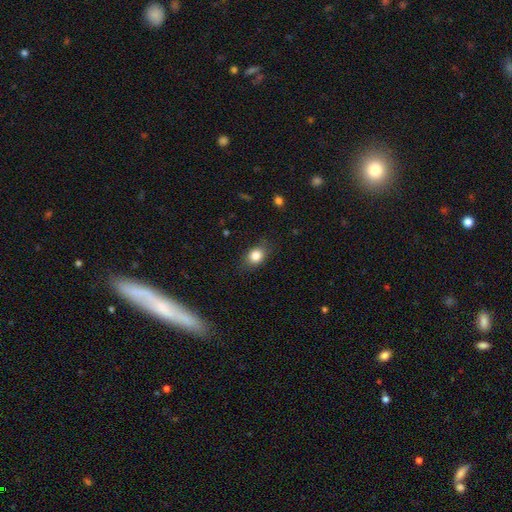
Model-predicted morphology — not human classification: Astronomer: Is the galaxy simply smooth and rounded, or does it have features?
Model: smooth — 84%.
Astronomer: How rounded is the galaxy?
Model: in between — 59% (runner-up: round, 40%).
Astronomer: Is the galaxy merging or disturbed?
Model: none — 80%.